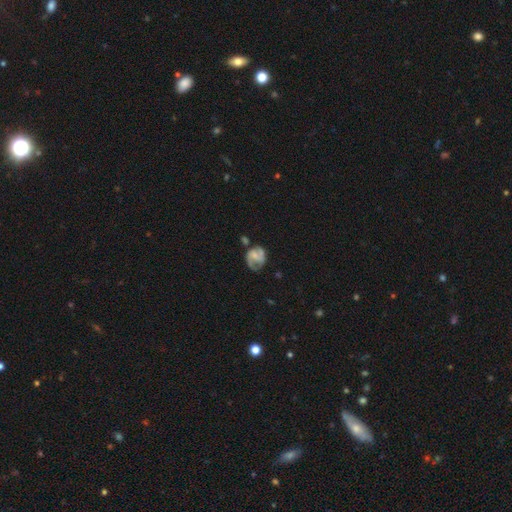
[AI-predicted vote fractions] The model was most divided on "bulge size": small: 40%, none: 32%, moderate: 23%, large: 4%, dominant: 1%. Remaining: edge-on disk — no (98%); spiral arms — yes (80%); spiral arm count — 2 (65%); smooth or featured — featured or disk (65%); bar — no (50%); spiral winding — medium (46%); merging — none (45%).